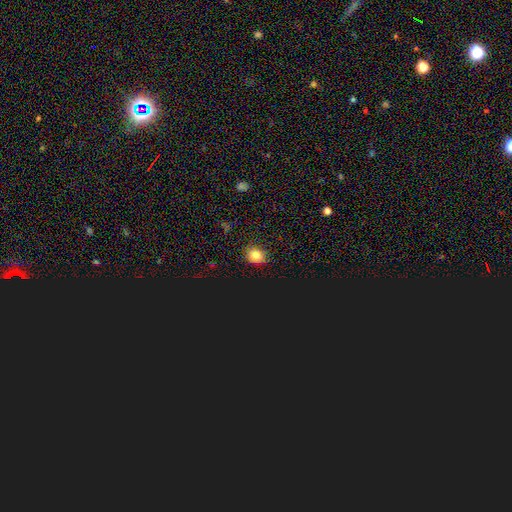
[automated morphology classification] This is likely a smooth galaxy (76%). How rounded: likely round (69%). Merging: clearly none (88%).